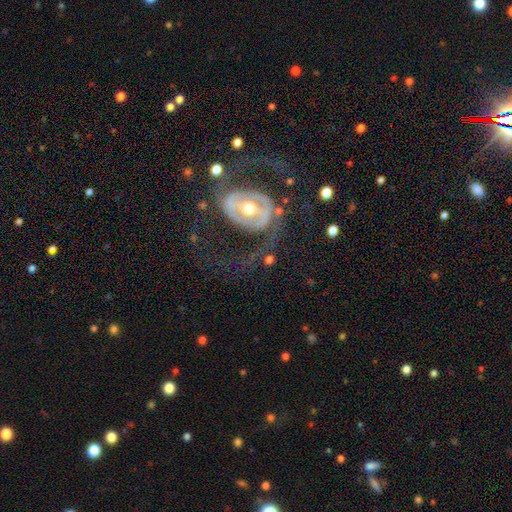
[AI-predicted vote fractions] A featured or disk galaxy (77%) with no bar (61%), spiral arms (65%) and a moderate central bulge (50%). Merging: none (69%).